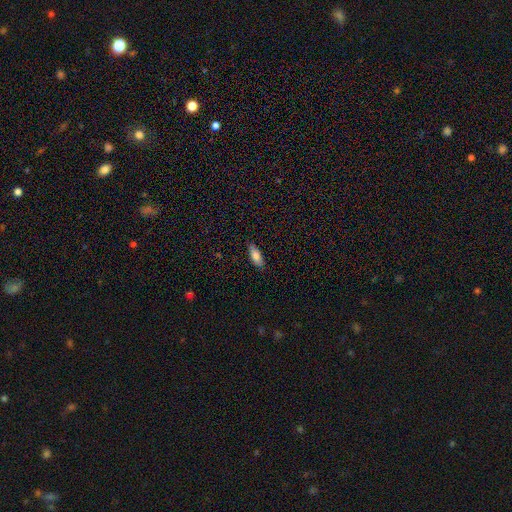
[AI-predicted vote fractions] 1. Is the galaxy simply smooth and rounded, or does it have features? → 78% smooth, 15% featured or disk, 7% star or artifact.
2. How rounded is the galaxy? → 75% in between, 23% cigar-shaped, 2% round.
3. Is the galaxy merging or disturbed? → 84% none, 13% minor disturbance, 2% major disturbance, 1% merger.